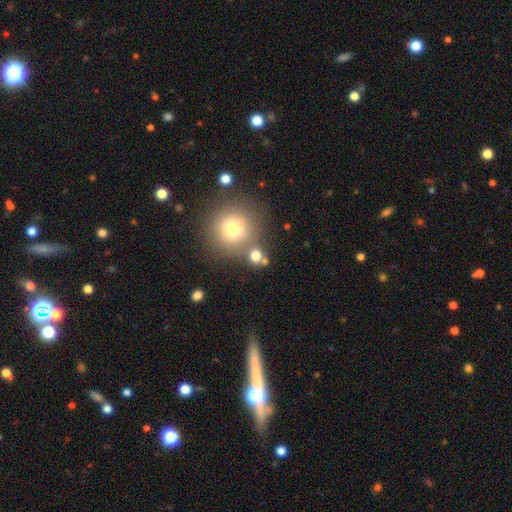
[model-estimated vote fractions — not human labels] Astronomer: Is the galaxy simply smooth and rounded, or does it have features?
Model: smooth — 75%.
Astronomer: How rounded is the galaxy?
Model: round — 83%.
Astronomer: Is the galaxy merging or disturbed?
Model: none — 60%.